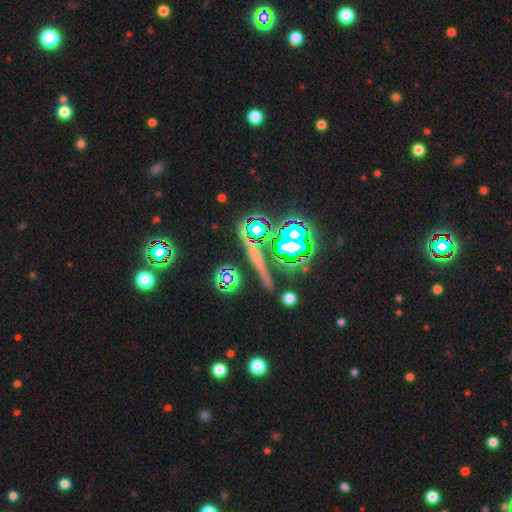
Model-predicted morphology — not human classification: Smooth or featured? star or artifact (65%)